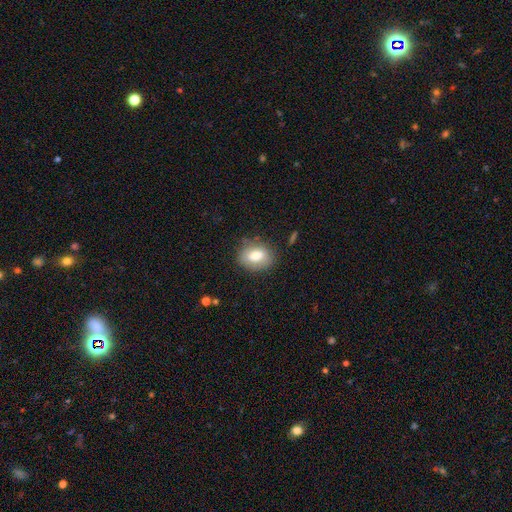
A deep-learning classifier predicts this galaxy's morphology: Smooth or featured? Predicted: smooth (p=0.75). How rounded? Predicted: in between (p=0.72). Merging? Predicted: none (p=0.76).